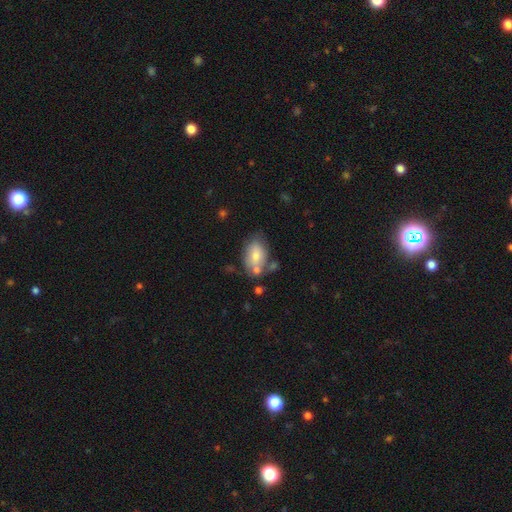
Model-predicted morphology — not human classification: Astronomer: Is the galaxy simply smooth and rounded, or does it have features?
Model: smooth — 69%.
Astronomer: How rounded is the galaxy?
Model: in between — 88%.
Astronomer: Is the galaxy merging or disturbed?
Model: none — 51%.